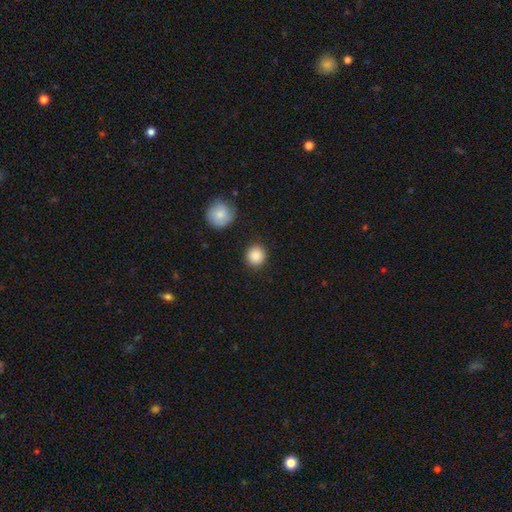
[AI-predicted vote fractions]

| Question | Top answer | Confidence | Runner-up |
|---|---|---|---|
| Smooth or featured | smooth | 88% | star or artifact (8%) |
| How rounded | round | 92% | in between (7%) |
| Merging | none | 89% | minor disturbance (6%) |